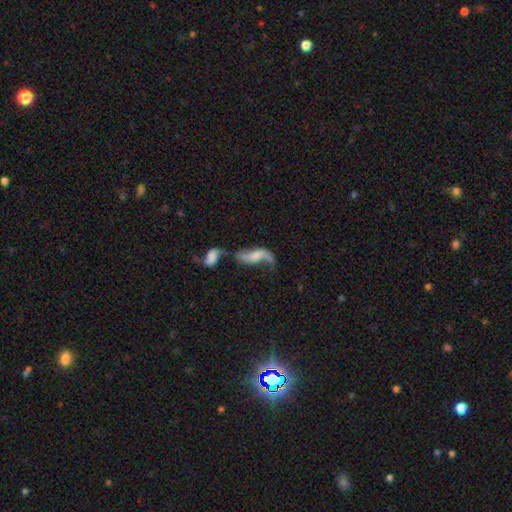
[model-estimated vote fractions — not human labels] Smooth or featured? featured or disk (71%)
Edge-on disk? no (91%)
Bar? no (48%)
Spiral arms? yes (87%)
Spiral winding? loose (90%)
Spiral arm count? 2 (83%)
Bulge size? none (43%)
Merging? merger (46%)